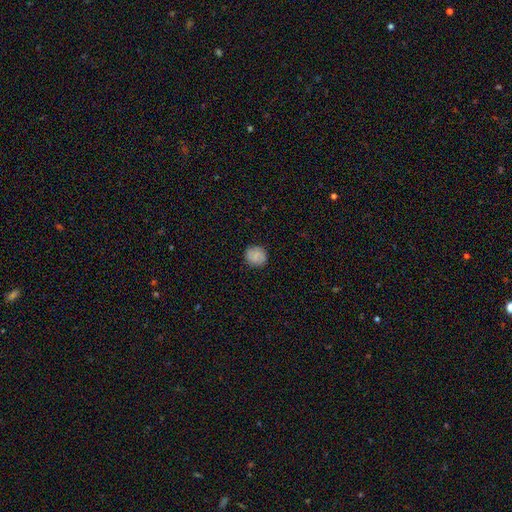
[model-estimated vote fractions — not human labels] A smooth galaxy with no disk features (76%) that is round (85%).

Vote fractions:
- Smooth or featured? smooth: 76% / featured or disk: 14% / star or artifact: 10%
- How rounded? round: 85% / in between: 14% / cigar-shaped: 1%
- Merging? none: 87% / minor disturbance: 9% / major disturbance: 2% / merger: 1%